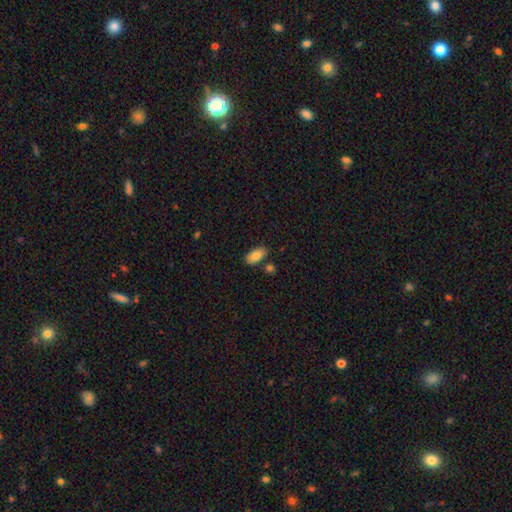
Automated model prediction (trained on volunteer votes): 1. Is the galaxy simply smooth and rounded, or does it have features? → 85% smooth, 8% featured or disk, 7% star or artifact.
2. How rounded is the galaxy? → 91% in between, 6% cigar-shaped, 3% round.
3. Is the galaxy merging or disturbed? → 80% none, 11% minor disturbance, 7% merger, 2% major disturbance.